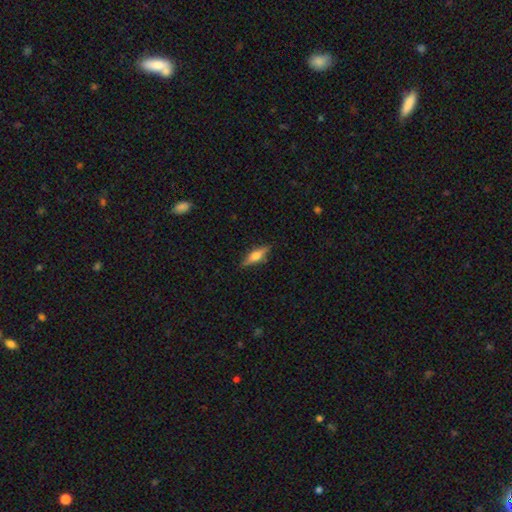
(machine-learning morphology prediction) smooth-or-featured: featured or disk: 52% | smooth: 42% | star or artifact: 7%
  disk-edge-on: yes: 94% | no: 6%
  merging: none: 85% | minor disturbance: 11% | major disturbance: 2% | merger: 1%